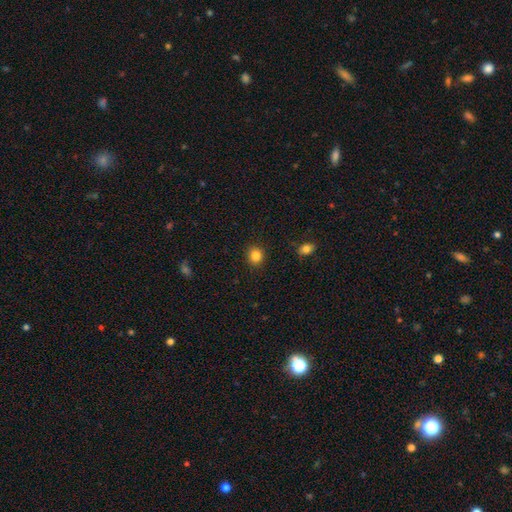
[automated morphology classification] type=smooth (84%); roundness=round (82%); merging=none (90%).